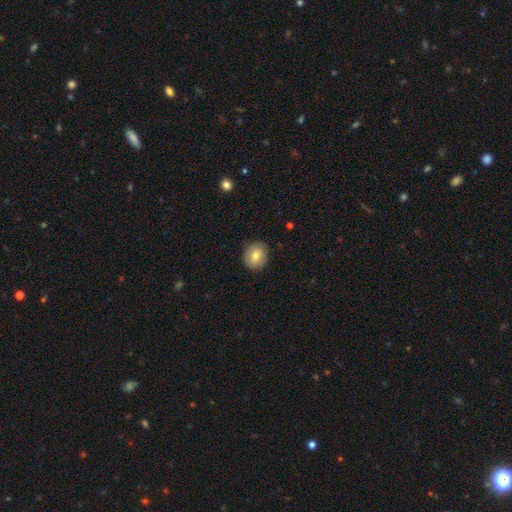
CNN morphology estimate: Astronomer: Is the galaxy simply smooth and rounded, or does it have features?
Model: smooth — 77%.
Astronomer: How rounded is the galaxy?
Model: round — 68%.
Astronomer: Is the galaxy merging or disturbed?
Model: none — 86%.